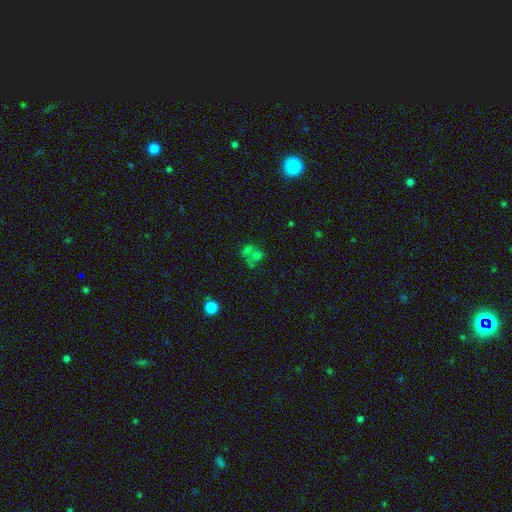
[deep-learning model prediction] Smooth or featured? smooth (52%)
How rounded? round (58%)
Merging? merger (51%)